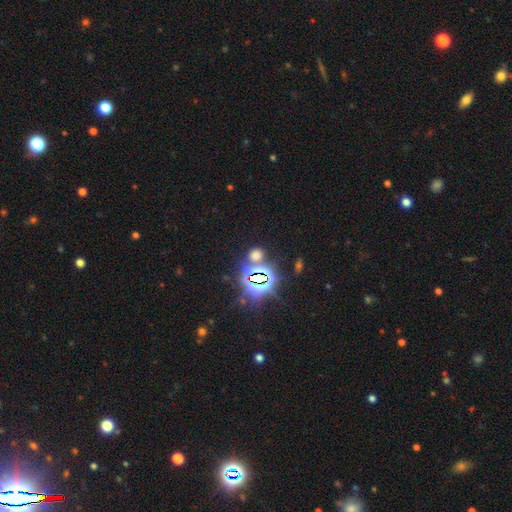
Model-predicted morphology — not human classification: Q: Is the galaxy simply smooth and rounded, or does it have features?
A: star or artifact — 54%.